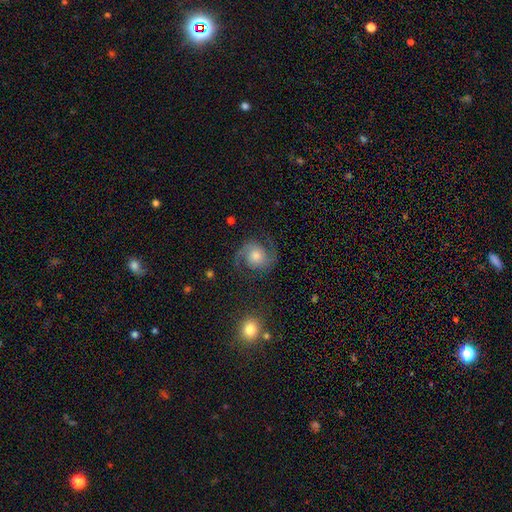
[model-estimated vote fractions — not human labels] Smooth or featured? featured or disk (86%)
Edge-on disk? no (98%)
Bar? no (71%)
Spiral arms? yes (98%)
Spiral winding? medium (57%)
Spiral arm count? 2 (94%)
Bulge size? moderate (57%)
Merging? none (81%)